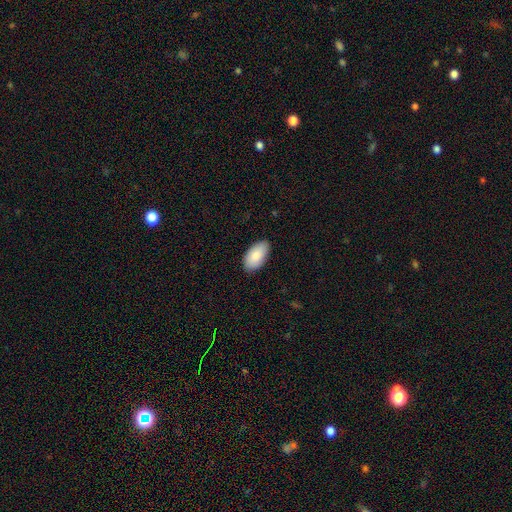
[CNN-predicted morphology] A smooth galaxy with no disk features (84%) that is in between round and cigar-shaped (96%).

Vote fractions:
- Smooth or featured? smooth: 84% / featured or disk: 10% / star or artifact: 6%
- How rounded? in between: 96% / round: 3% / cigar-shaped: 2%
- Merging? none: 86% / minor disturbance: 11% / major disturbance: 2% / merger: 1%